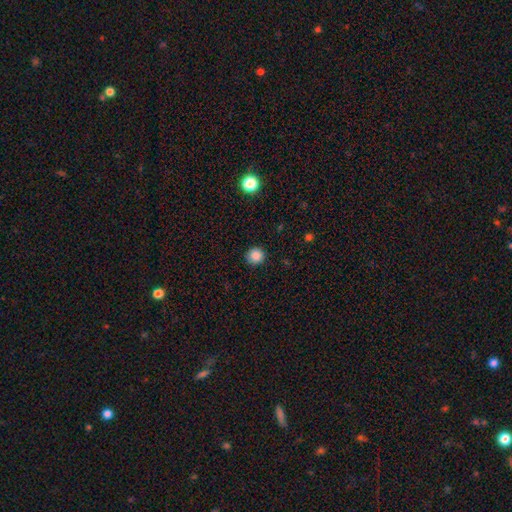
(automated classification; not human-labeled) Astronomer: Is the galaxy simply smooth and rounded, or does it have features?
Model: smooth — 86%.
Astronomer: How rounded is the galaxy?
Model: round — 94%.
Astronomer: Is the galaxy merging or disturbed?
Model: none — 90%.